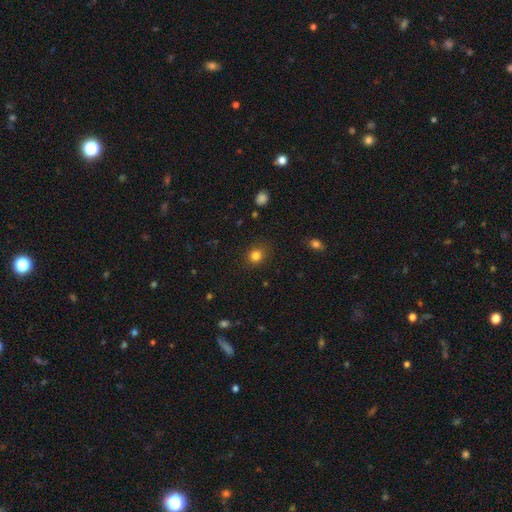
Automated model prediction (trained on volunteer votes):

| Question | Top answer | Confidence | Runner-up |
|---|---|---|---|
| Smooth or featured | smooth | 82% | star or artifact (13%) |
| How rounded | round | 75% | in between (24%) |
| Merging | none | 86% | minor disturbance (10%) |